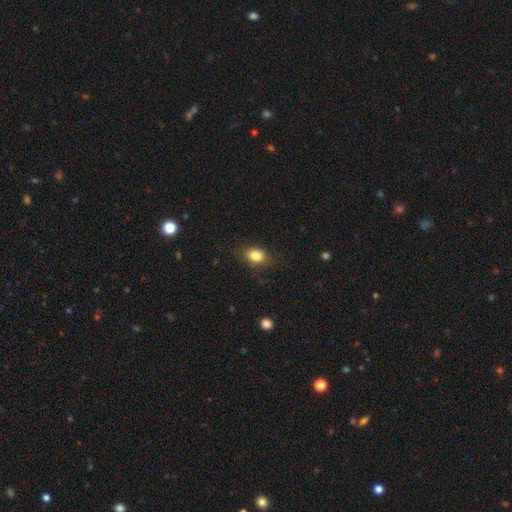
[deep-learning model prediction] Smooth or featured? smooth (82%)
How rounded? in between (69%)
Merging? none (76%)